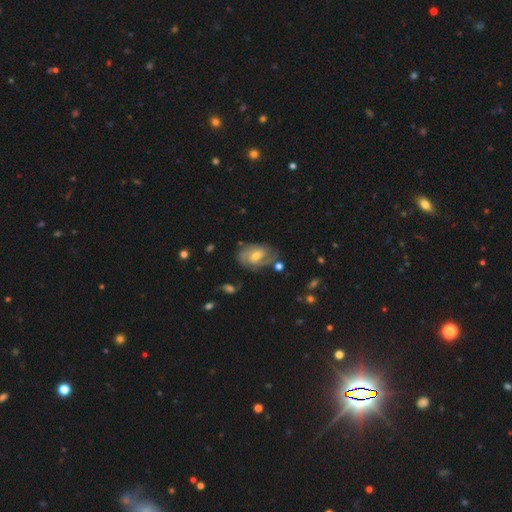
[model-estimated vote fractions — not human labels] A featured or disk galaxy (70%) with a weak bar (47%), 2 (55%) tight (44%) spiral arms (86%) and a moderate central bulge (53%).

Vote fractions:
- Smooth or featured? featured or disk: 70% / smooth: 23% / star or artifact: 7%
- Edge-on disk? no: 96% / yes: 4%
- Bar? weak: 47% / no: 40% / strong: 12%
- Spiral arms? yes: 86% / no: 14%
- Spiral winding? tight: 44% / medium: 41% / loose: 16%
- Spiral arm count? 2: 55% / can't tell: 26% / 3: 9% / 1: 6% / 4: 2% / more than 4: 2%
- Bulge size? moderate: 53% / small: 39% / large: 4% / none: 2% / dominant: 1%
- Merging? none: 61% / minor disturbance: 23% / major disturbance: 11% / merger: 5%